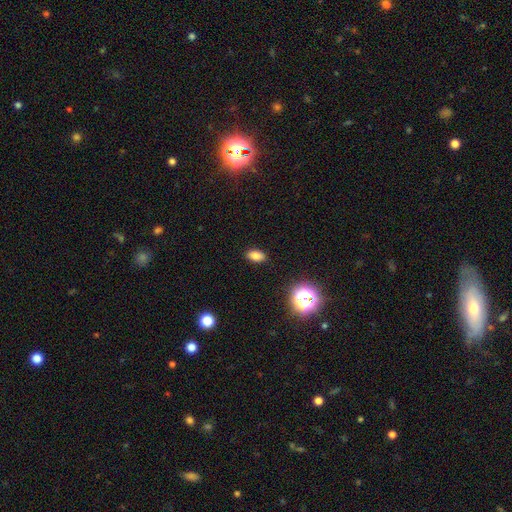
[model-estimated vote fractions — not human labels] smooth-or-featured: smooth: 80% | star or artifact: 14% | featured or disk: 6%
  how-rounded: in between: 88% | round: 9% | cigar-shaped: 3%
  merging: none: 88% | minor disturbance: 8% | major disturbance: 2% | merger: 1%